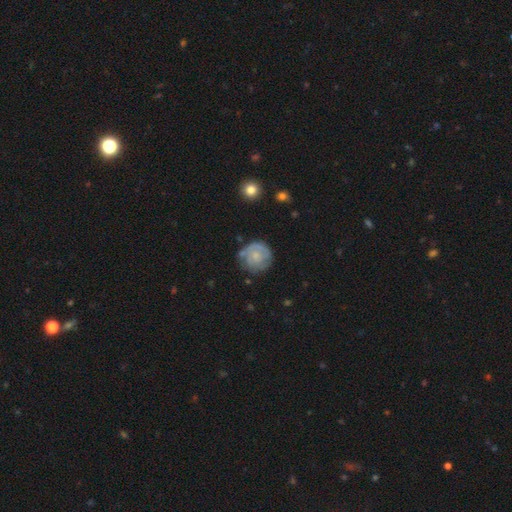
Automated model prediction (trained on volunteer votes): smooth-or-featured: featured or disk: 56% | smooth: 37% | star or artifact: 7%
  disk-edge-on: no: 98% | yes: 2%
    bar: no: 80% | weak: 18% | strong: 3%
    has-spiral-arms: yes: 76% | no: 24%
    bulge-size: small: 58% | moderate: 26% | none: 12% | large: 2% | dominant: 1%
  merging: none: 67% | minor disturbance: 22% | major disturbance: 9% | merger: 3%